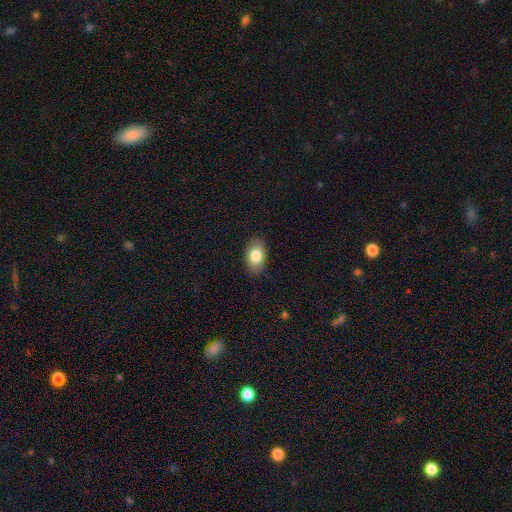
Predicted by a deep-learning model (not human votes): Smooth or featured? Predicted: smooth (p=0.83). How rounded? Predicted: in between (p=0.90). Merging? Predicted: none (p=0.86).